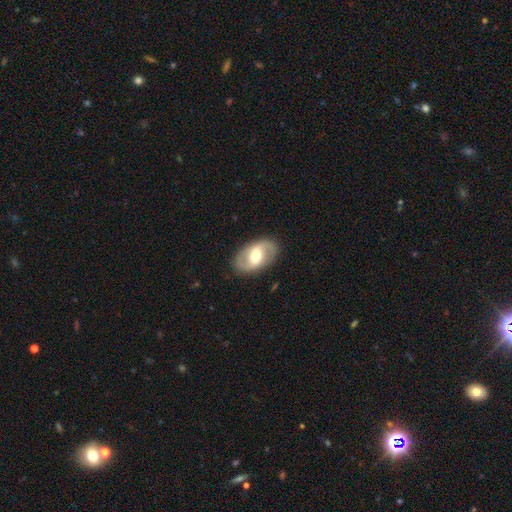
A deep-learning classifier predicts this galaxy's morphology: Overall: featured or disk (67%). Edge-on disk: no (95%). Bar: weak (45%; strong 32%). Spiral arms: yes (75%). Bulge size: moderate (66%). Merging: none (86%).